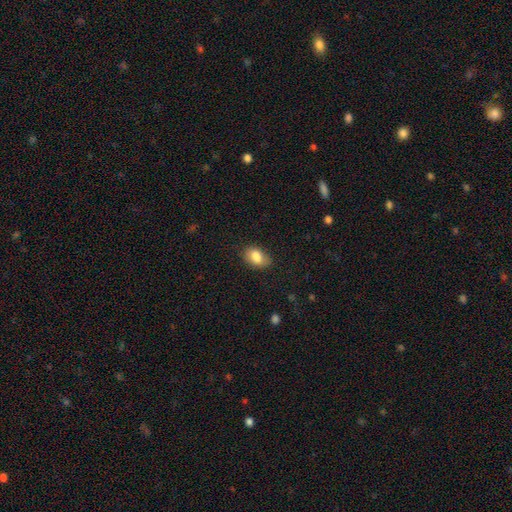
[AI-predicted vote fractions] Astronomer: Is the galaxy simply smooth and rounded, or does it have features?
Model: smooth — 83%.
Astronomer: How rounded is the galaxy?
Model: in between — 84%.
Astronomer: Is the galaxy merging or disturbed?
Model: none — 70%.